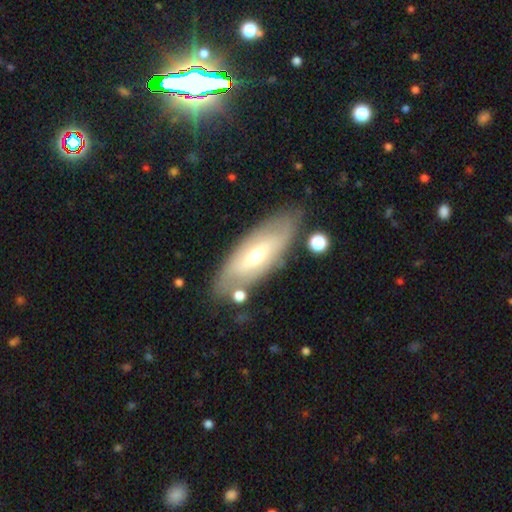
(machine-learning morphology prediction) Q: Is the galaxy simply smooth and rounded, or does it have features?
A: featured or disk — 52%.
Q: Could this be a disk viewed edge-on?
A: no — 73%.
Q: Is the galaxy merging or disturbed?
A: none — 75%.